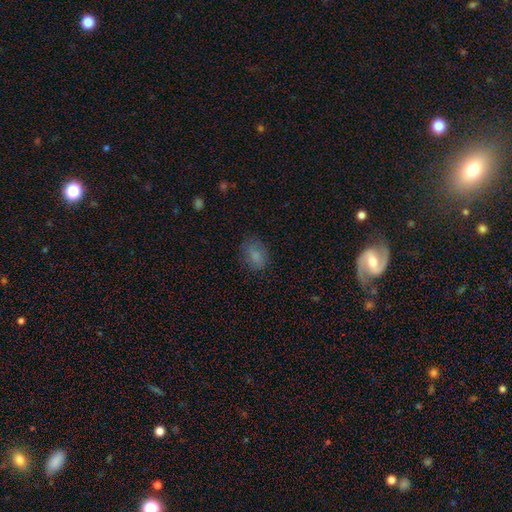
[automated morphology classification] This is clearly a smooth galaxy (81%). How rounded: likely in between (68%). Merging: likely none (72%).